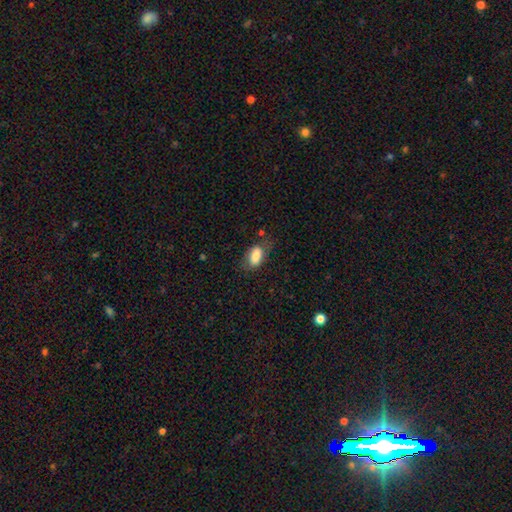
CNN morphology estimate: Smooth or featured? Predicted: smooth (p=0.81). How rounded? Predicted: in between (p=0.90). Merging? Predicted: none (p=0.62).